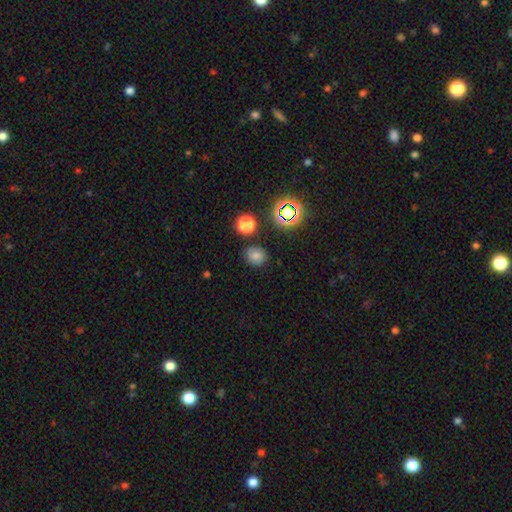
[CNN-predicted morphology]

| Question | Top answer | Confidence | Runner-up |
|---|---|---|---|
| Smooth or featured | smooth | 69% | star or artifact (21%) |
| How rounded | round | 67% | in between (32%) |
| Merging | none | 80% | minor disturbance (13%) |